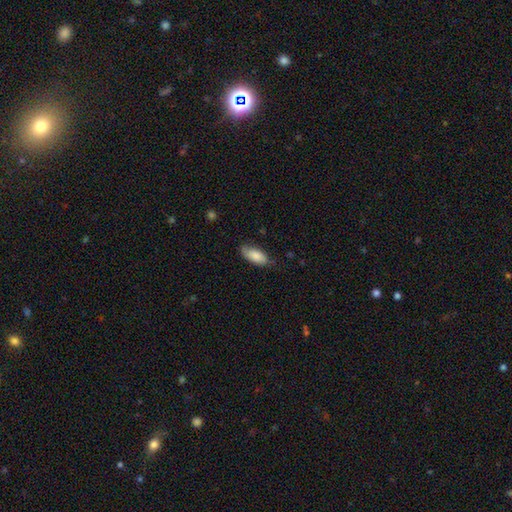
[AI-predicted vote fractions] A smooth galaxy with no disk features (85%) that is in between round and cigar-shaped (87%).

Vote fractions:
- Smooth or featured? smooth: 85% / featured or disk: 8% / star or artifact: 6%
- How rounded? in between: 87% / cigar-shaped: 11% / round: 2%
- Merging? none: 73% / minor disturbance: 22% / major disturbance: 4% / merger: 1%